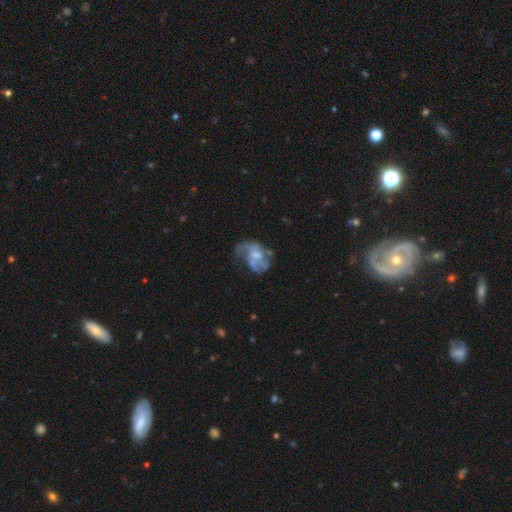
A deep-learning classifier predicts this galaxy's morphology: smooth_or_featured: featured or disk (p=0.66) [alt: smooth p=0.25]
disk_edge_on: no (p=0.97) [alt: yes p=0.03]
bar: no (p=0.69) [alt: weak p=0.27]
has_spiral_arms: no (p=0.50) [tied with: yes p=0.50]
bulge_size: moderate (p=0.40) [alt: small p=0.37]
merging: major disturbance (p=0.36) [alt: none p=0.33]